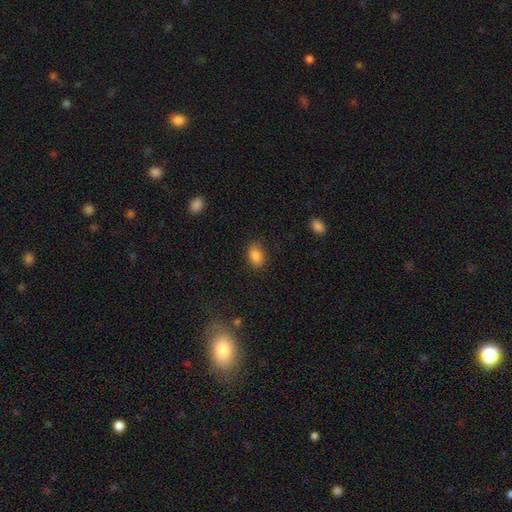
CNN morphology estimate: This appears to be a smooth galaxy with no disk features (86%) that is in between round and cigar-shaped (86%). Merging: none (82%).